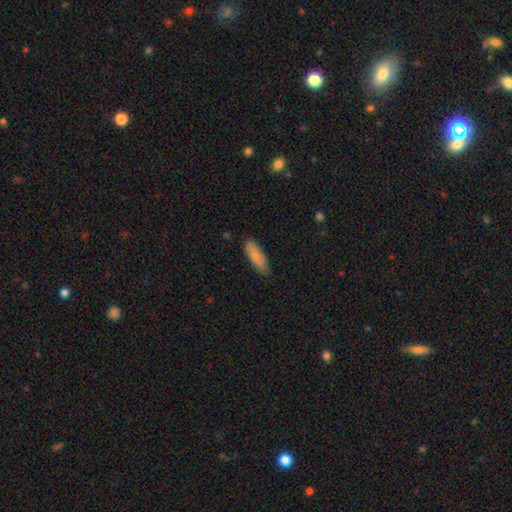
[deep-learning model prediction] Q: Smooth or featured?
A: smooth (85%); runner-up: featured or disk (9%)
Q: How rounded?
A: in between (52%); runner-up: cigar-shaped (46%)
Q: Merging?
A: none (81%); runner-up: minor disturbance (16%)